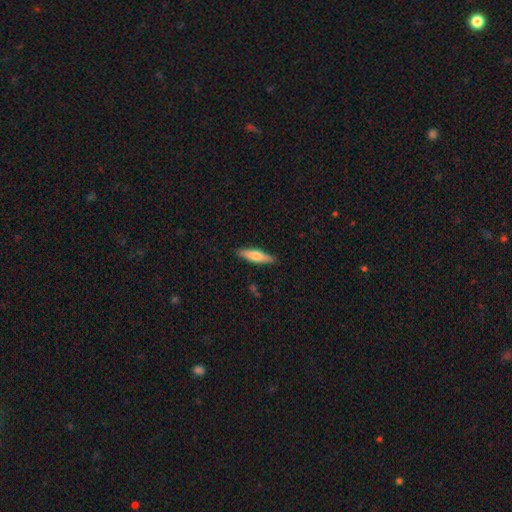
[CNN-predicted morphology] A smooth galaxy with no disk features (65%) that is cigar-shaped (72%).

Vote fractions:
- Smooth or featured? smooth: 65% / featured or disk: 29% / star or artifact: 6%
- How rounded? cigar-shaped: 72% / in between: 27% / round: 2%
- Merging? none: 88% / minor disturbance: 9% / major disturbance: 2% / merger: 1%